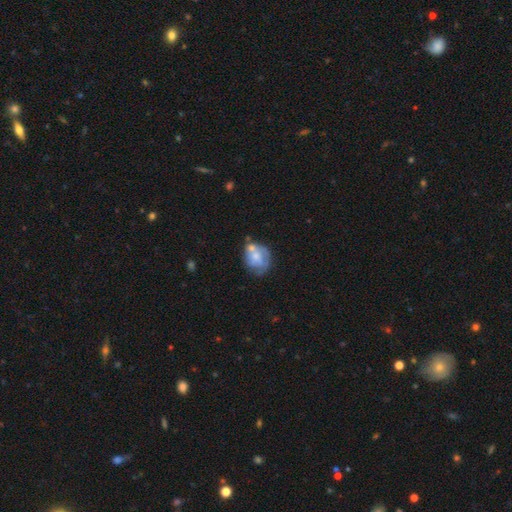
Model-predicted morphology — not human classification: Q: Smooth or featured?
A: featured or disk (51%); runner-up: smooth (42%)
Q: Edge-on disk?
A: no (97%); runner-up: yes (3%)
Q: Merging?
A: none (41%); runner-up: minor disturbance (24%)